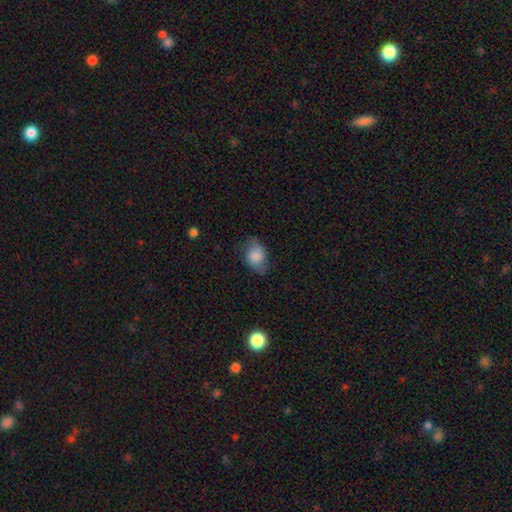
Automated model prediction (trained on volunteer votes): smooth 78%, featured or disk 14%, star or artifact 8%. Down the decision tree: how rounded — in between (69%); merging — none (63%).